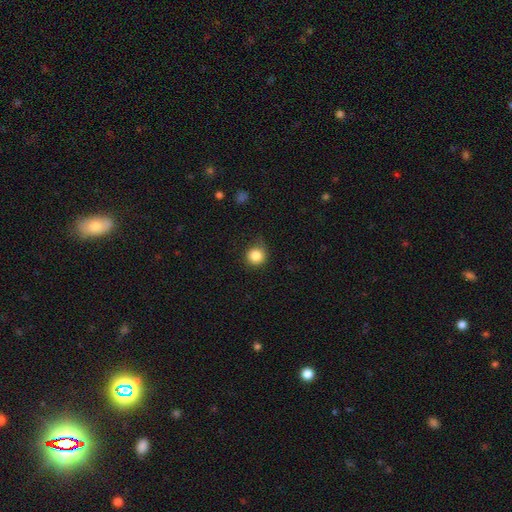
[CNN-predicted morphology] Smooth or featured?
  - smooth: 84% *
  - star or artifact: 10%
  - featured or disk: 5%
How rounded?
  - round: 92% *
  - in between: 7%
  - cigar-shaped: 1%
Merging?
  - none: 72% *
  - minor disturbance: 20%
  - major disturbance: 6%
  - merger: 1%